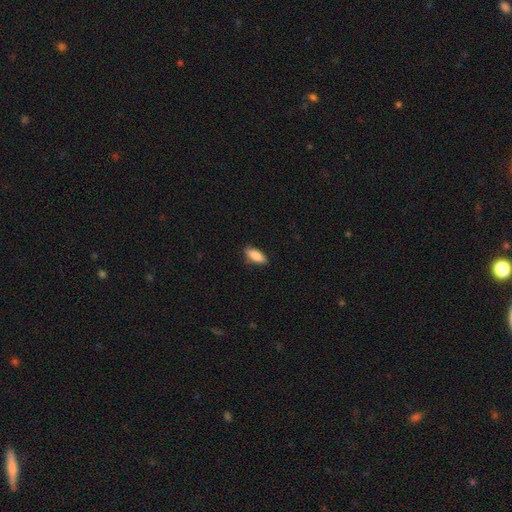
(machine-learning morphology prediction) Smooth or featured?
  - smooth: 88% *
  - star or artifact: 6%
  - featured or disk: 6%
How rounded?
  - in between: 79% *
  - cigar-shaped: 19%
  - round: 2%
Merging?
  - none: 83% *
  - minor disturbance: 14%
  - major disturbance: 2%
  - merger: 1%